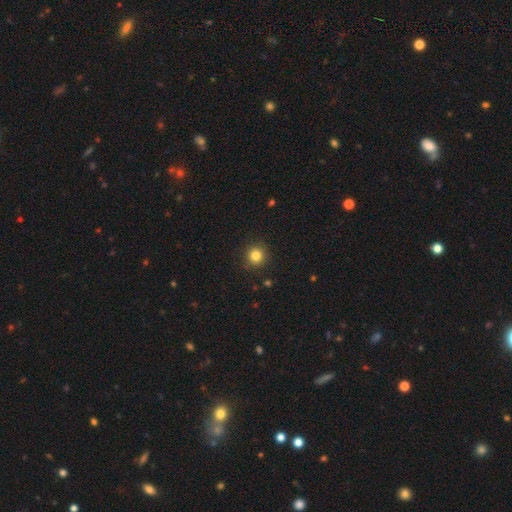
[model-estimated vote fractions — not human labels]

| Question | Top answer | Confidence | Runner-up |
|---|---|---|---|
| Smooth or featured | smooth | 83% | star or artifact (12%) |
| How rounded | round | 93% | in between (6%) |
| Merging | none | 91% | minor disturbance (6%) |